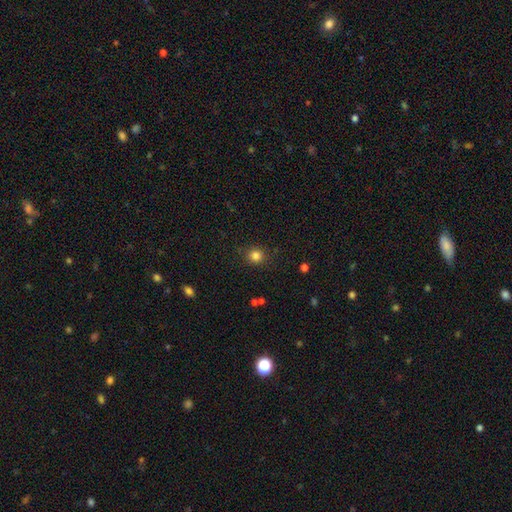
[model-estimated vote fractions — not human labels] Smooth or featured?
  - smooth: 83% *
  - star or artifact: 12%
  - featured or disk: 5%
How rounded?
  - round: 83% *
  - in between: 16%
  - cigar-shaped: 1%
Merging?
  - none: 85% *
  - minor disturbance: 11%
  - major disturbance: 3%
  - merger: 2%